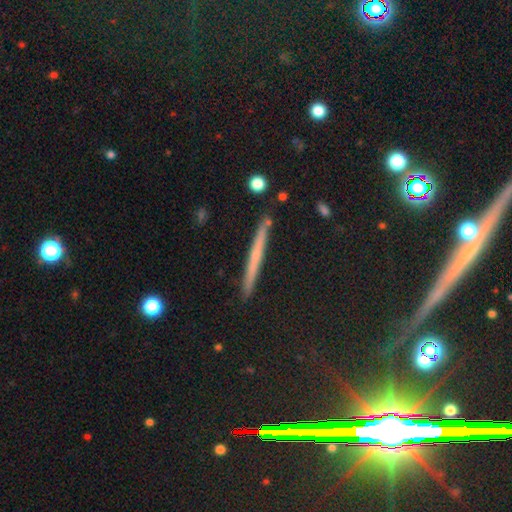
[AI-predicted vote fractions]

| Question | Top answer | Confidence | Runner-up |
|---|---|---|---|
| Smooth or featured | featured or disk | 47% | smooth (40%) |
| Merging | none | 90% | minor disturbance (7%) |